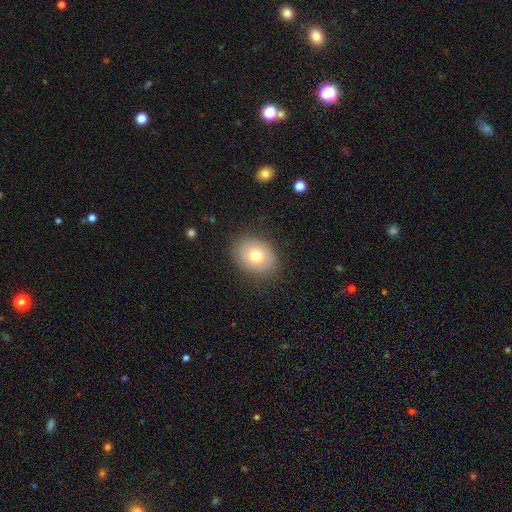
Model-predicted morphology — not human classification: Smooth or featured: smooth — 71% (featured or disk — 20%)
How rounded: in between — 59% (round — 40%)
Merging: none — 82% (minor disturbance — 13%)